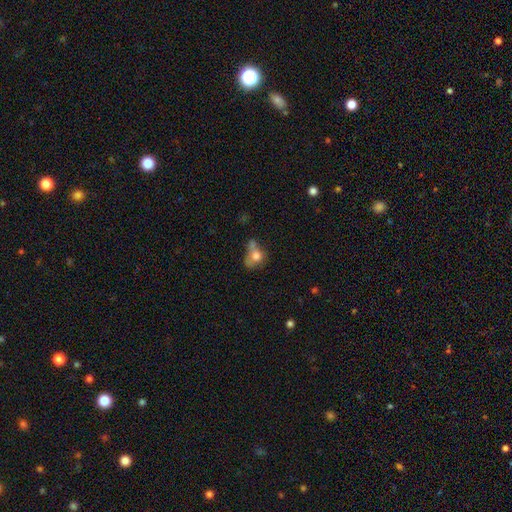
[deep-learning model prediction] smooth_or_featured: smooth (p=0.66) [alt: featured or disk p=0.22]
how_rounded: in between (p=0.49) [alt: round p=0.48]
merging: none (p=0.27) [tied with: merger p=0.27]